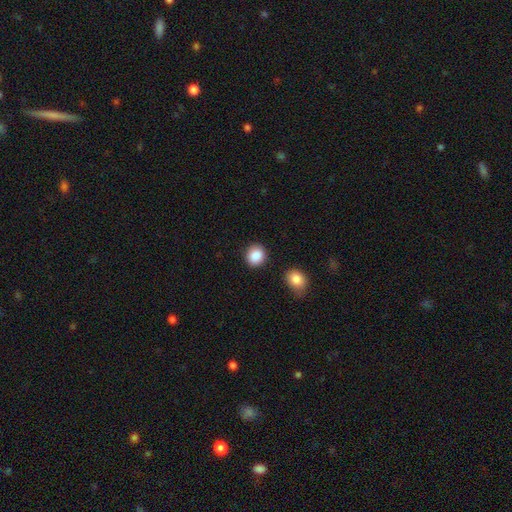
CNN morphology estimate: Smooth or featured? smooth (89%)
How rounded? round (79%)
Merging? none (86%)